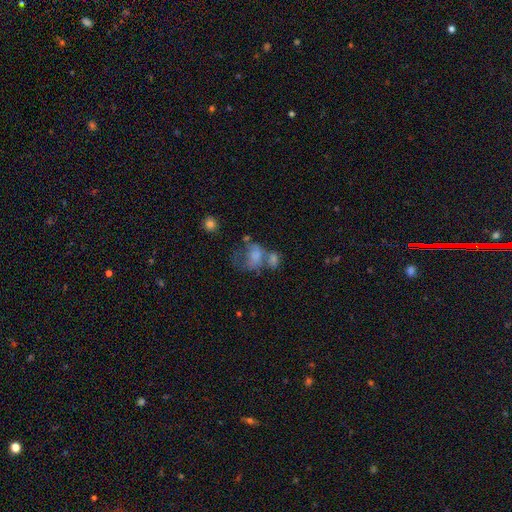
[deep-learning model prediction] This is possibly a smooth galaxy (51%). How rounded: likely in between (66%). Merging: marginally merger (42%).